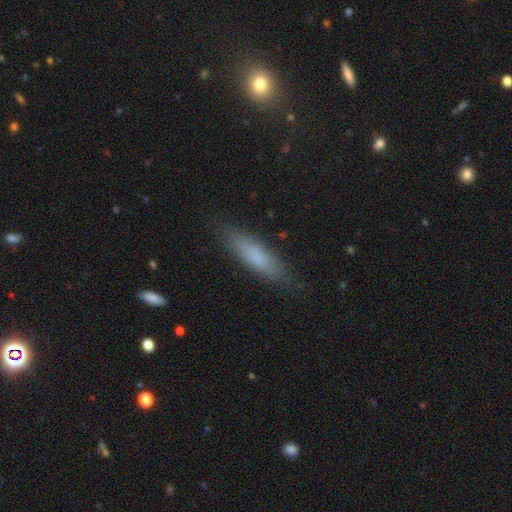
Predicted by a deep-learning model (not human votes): Q: Smooth or featured?
A: smooth (74%); runner-up: featured or disk (18%)
Q: How rounded?
A: cigar-shaped (73%); runner-up: in between (26%)
Q: Merging?
A: none (85%); runner-up: minor disturbance (11%)